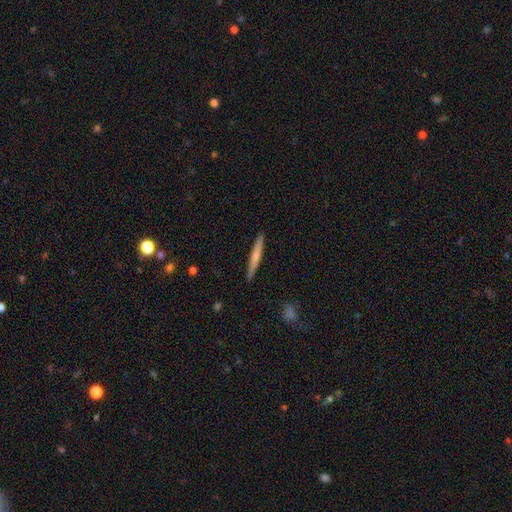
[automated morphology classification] smooth 59%, featured or disk 36%, star or artifact 5%. Down the decision tree: how rounded — cigar-shaped (96%); merging — none (90%).